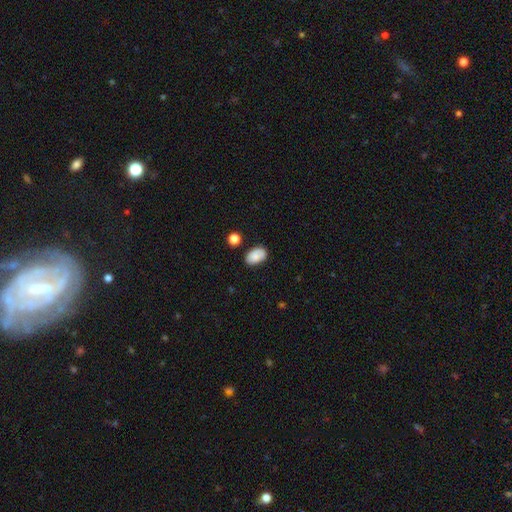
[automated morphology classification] type=smooth (81%); roundness=in between (90%); merging=none (70%).